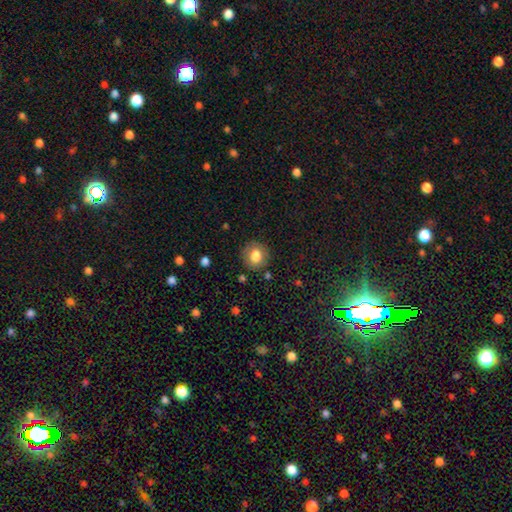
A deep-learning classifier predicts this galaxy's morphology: Smooth or featured? smooth (79%)
How rounded? round (86%)
Merging? none (85%)